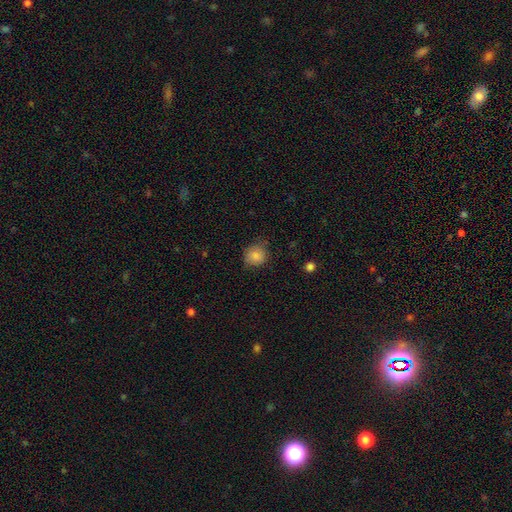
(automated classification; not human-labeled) Smooth or featured? smooth (85%)
How rounded? round (82%)
Merging? none (75%)